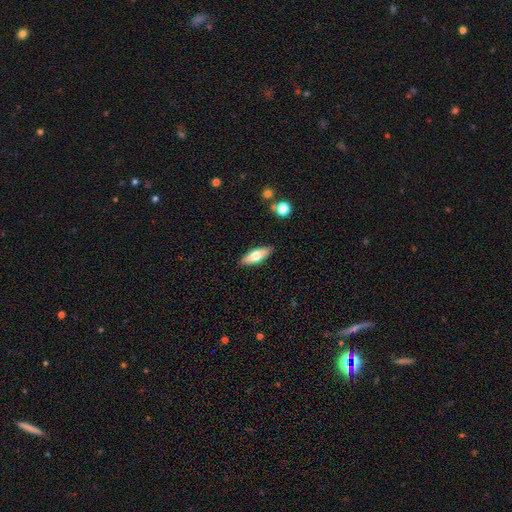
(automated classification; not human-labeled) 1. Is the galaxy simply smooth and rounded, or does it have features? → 64% smooth, 30% featured or disk, 6% star or artifact.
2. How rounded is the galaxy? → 60% in between, 38% cigar-shaped, 2% round.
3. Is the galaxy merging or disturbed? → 87% none, 9% minor disturbance, 2% major disturbance, 2% merger.